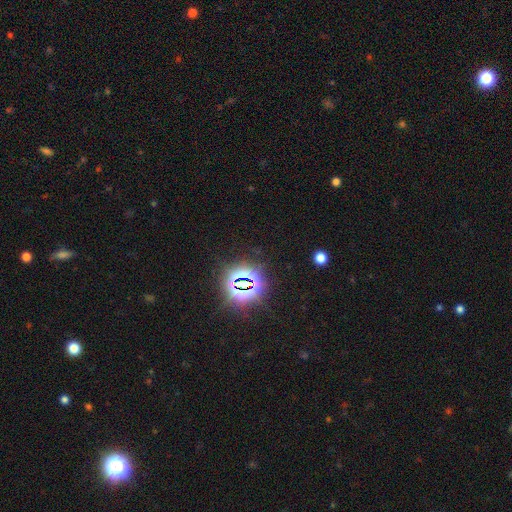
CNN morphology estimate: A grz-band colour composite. It shows a star or artifact, not a galaxy (83%).